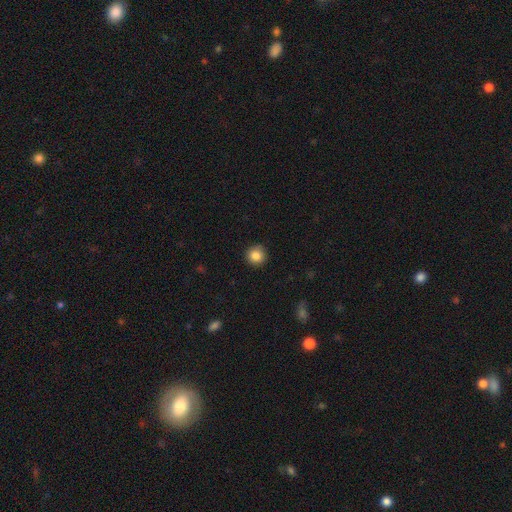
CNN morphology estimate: Overall: smooth (85%). How rounded: round (94%). Merging: none (90%).